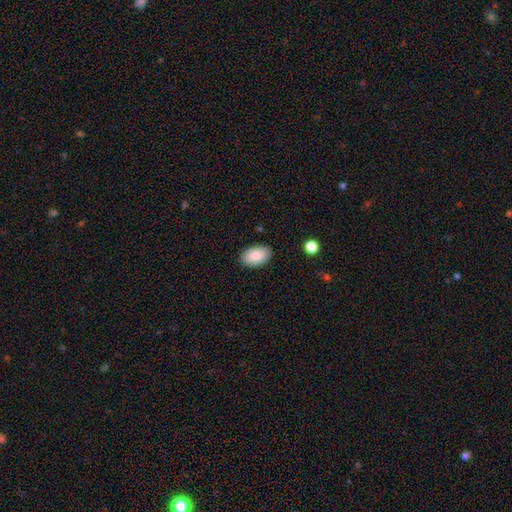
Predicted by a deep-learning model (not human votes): Smooth or featured?
  - smooth: 87% *
  - star or artifact: 6%
  - featured or disk: 6%
How rounded?
  - in between: 94% *
  - round: 4%
  - cigar-shaped: 1%
Merging?
  - none: 87% *
  - minor disturbance: 10%
  - major disturbance: 2%
  - merger: 1%